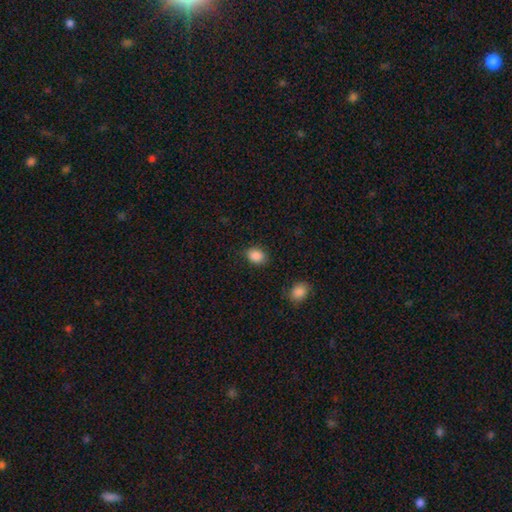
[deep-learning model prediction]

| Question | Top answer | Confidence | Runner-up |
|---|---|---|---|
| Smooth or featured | smooth | 88% | star or artifact (9%) |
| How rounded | in between | 65% | round (34%) |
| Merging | none | 84% | minor disturbance (11%) |